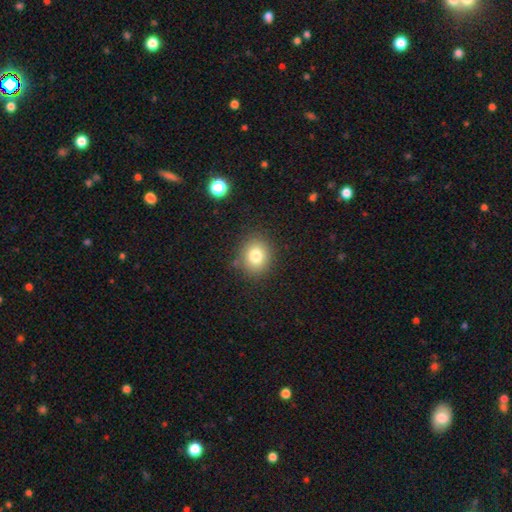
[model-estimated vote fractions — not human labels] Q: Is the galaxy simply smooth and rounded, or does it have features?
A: smooth — 79%.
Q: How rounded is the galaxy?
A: round — 70%.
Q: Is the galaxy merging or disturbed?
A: none — 84%.